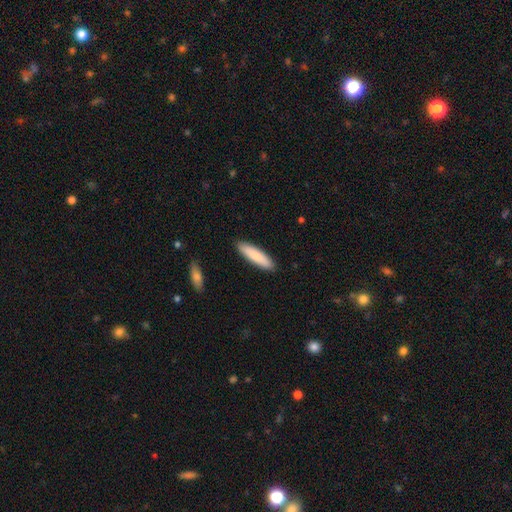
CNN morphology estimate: This appears to be a smooth galaxy with no disk features (84%) that is cigar-shaped (73%). Merging: none (90%).